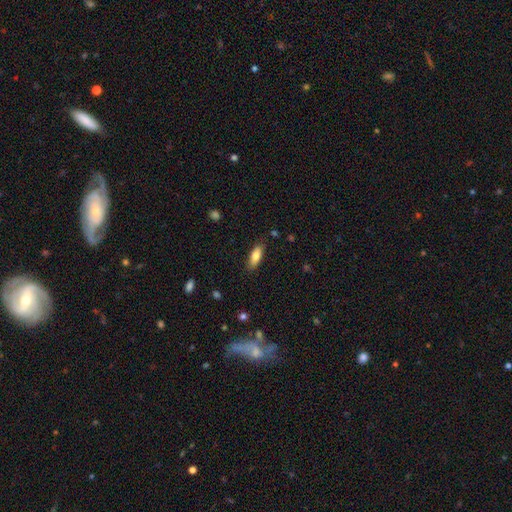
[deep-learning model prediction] Smooth or featured? Predicted: smooth (p=0.80). How rounded? Predicted: in between (p=0.71). Merging? Predicted: none (p=0.83).